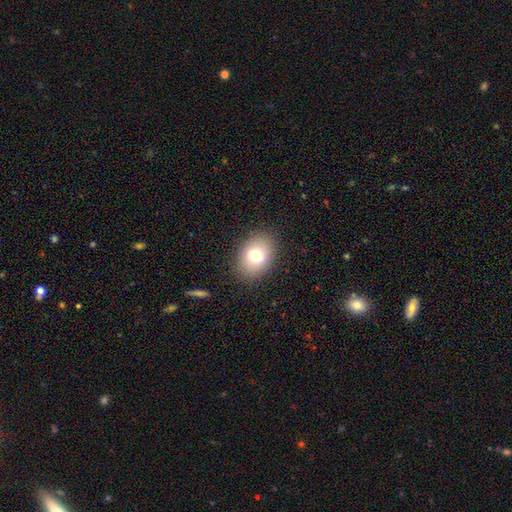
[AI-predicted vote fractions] Morphology: type=smooth (75%); roundness=in between (71%); merging=none (86%).